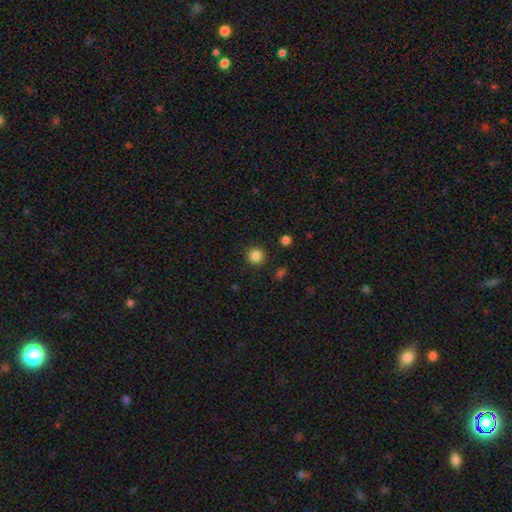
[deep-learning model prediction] The model was most divided on "smooth or featured": smooth: 85%, star or artifact: 11%, featured or disk: 4%. More confident: how rounded — round (94%); merging — none (91%).